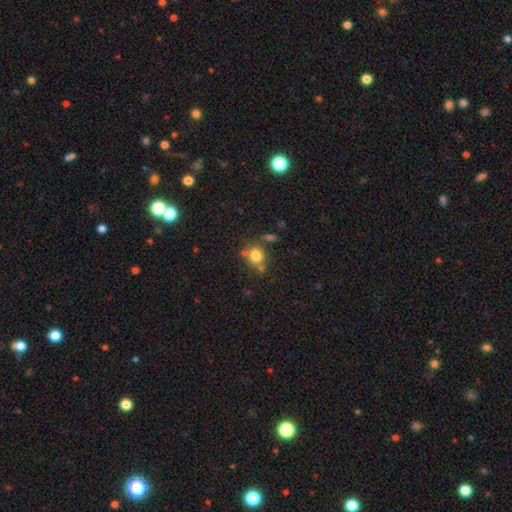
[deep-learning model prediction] This appears to be a smooth galaxy with no disk features (77%) that is round (72%). Merging: none (62%).